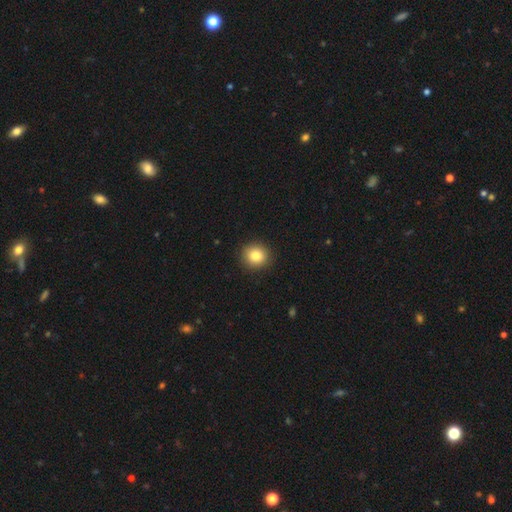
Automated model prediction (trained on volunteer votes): Smooth or featured? smooth (83%)
How rounded? round (89%)
Merging? none (92%)